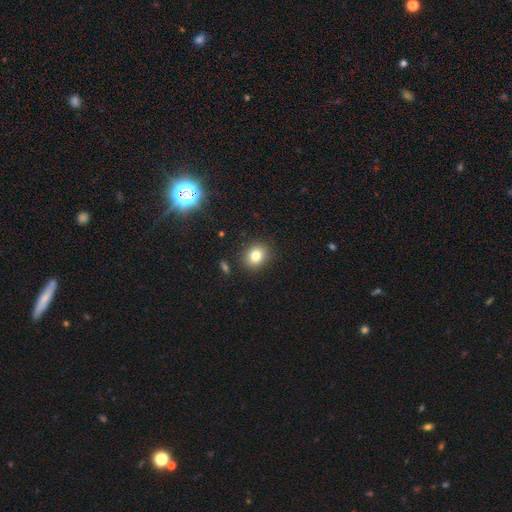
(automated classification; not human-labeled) The model was most divided on "how rounded": round: 69%, in between: 30%, cigar-shaped: 1%. More confident: merging — none (88%); smooth or featured — smooth (80%).